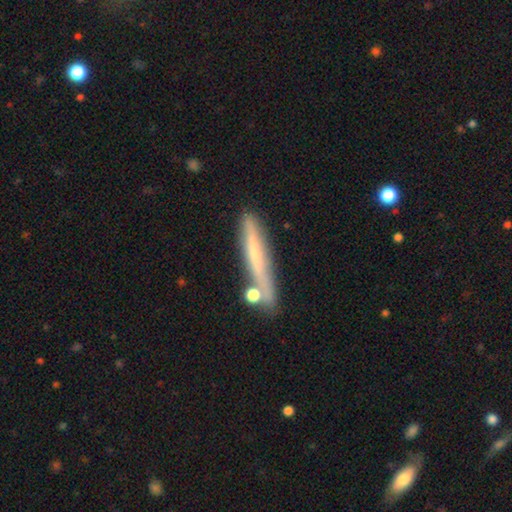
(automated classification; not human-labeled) Morphology: type=smooth (50%); merging=none (73%).